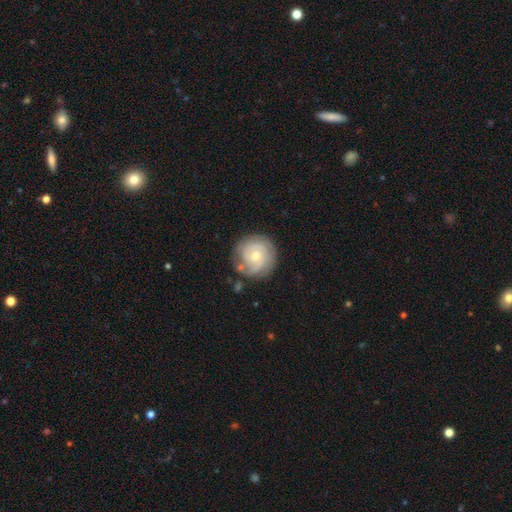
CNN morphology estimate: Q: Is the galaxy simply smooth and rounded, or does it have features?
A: featured or disk — 76%.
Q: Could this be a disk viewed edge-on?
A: no — 98%.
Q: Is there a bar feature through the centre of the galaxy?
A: no — 70%.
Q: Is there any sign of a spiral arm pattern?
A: yes — 94%.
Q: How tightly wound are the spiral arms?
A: tight — 68%.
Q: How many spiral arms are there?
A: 2 — 33%.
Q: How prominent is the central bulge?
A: moderate — 50%.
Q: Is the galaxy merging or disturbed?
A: none — 77%.